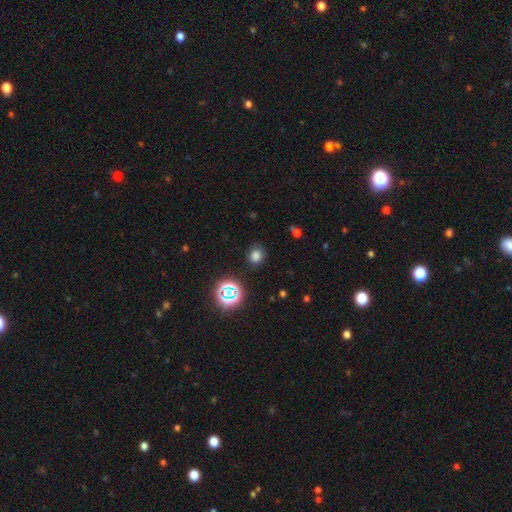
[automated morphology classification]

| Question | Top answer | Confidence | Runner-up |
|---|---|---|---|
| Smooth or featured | smooth | 74% | star or artifact (21%) |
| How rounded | round | 78% | in between (21%) |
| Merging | none | 84% | minor disturbance (11%) |